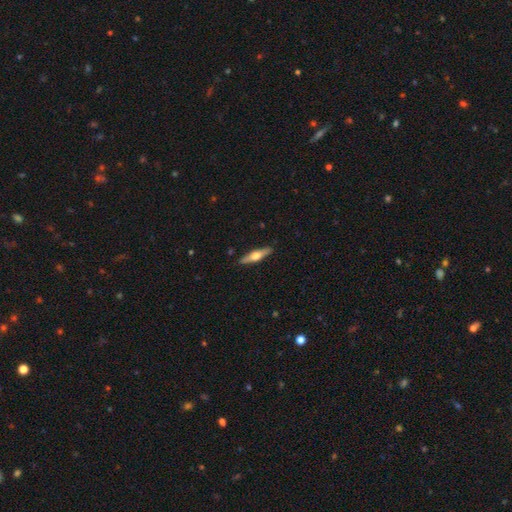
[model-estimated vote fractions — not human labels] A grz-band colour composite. It shows a featured or disk galaxy (56%) viewed edge-on (94%) with a rounded central bulge (94%). Merging: none (90%).